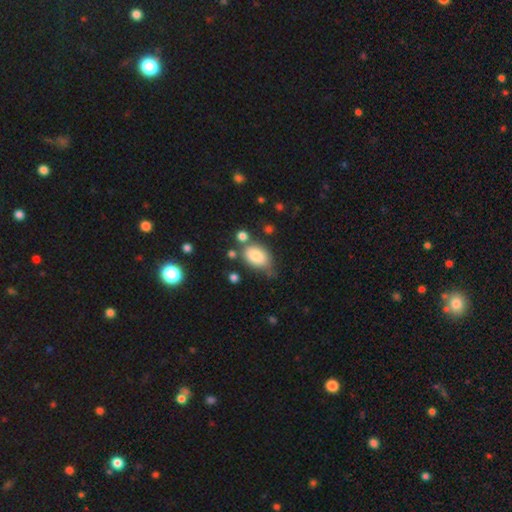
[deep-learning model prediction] smooth_or_featured: smooth (p=0.83) [alt: featured or disk p=0.09]
how_rounded: in between (p=0.86) [alt: round p=0.12]
merging: none (p=0.53) [alt: minor disturbance p=0.25]